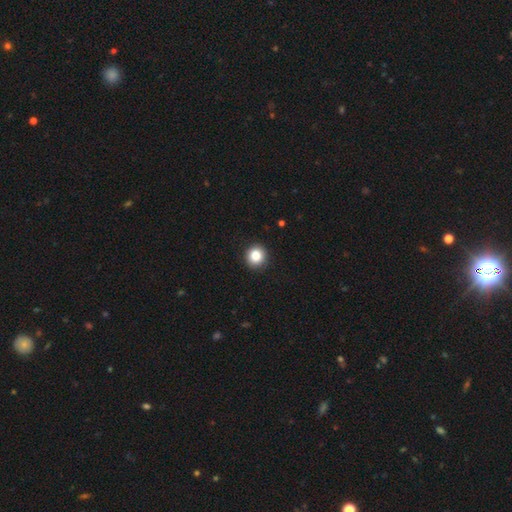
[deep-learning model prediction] smooth-or-featured: smooth: 86% | star or artifact: 10% | featured or disk: 4%
  how-rounded: round: 93% | in between: 6% | cigar-shaped: 1%
  merging: none: 92% | minor disturbance: 5% | major disturbance: 2% | merger: 1%